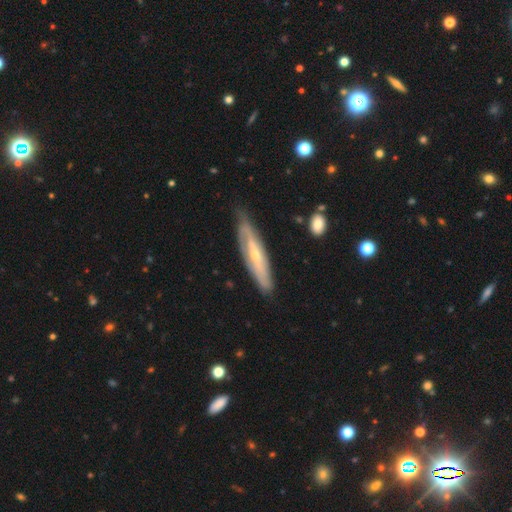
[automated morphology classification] This is likely a featured or disk galaxy (69%). It is possibly not viewed edge-on (55%). Merging: likely none (70%).